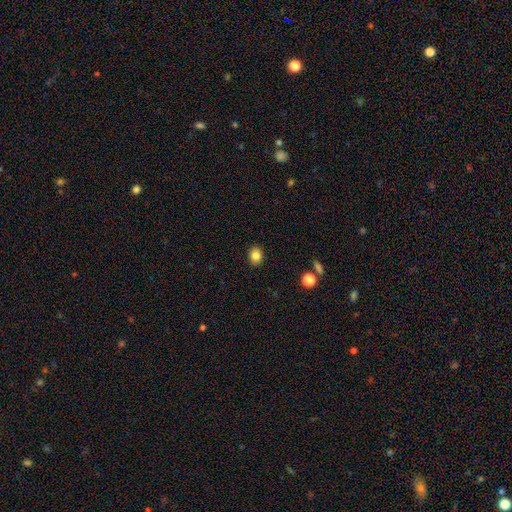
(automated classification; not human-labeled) Smooth or featured? Predicted: smooth (p=0.84). How rounded? Predicted: round (p=0.52). Merging? Predicted: none (p=0.90).